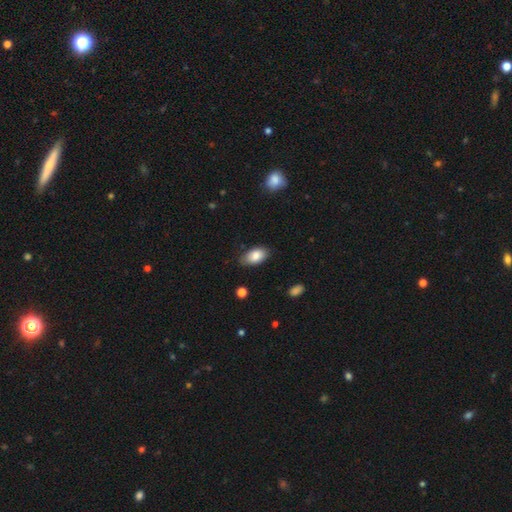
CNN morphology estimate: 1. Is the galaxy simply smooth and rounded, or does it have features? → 85% smooth, 8% featured or disk, 7% star or artifact.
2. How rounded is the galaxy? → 93% in between, 5% round, 2% cigar-shaped.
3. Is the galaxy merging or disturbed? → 76% none, 19% minor disturbance, 3% major disturbance, 1% merger.